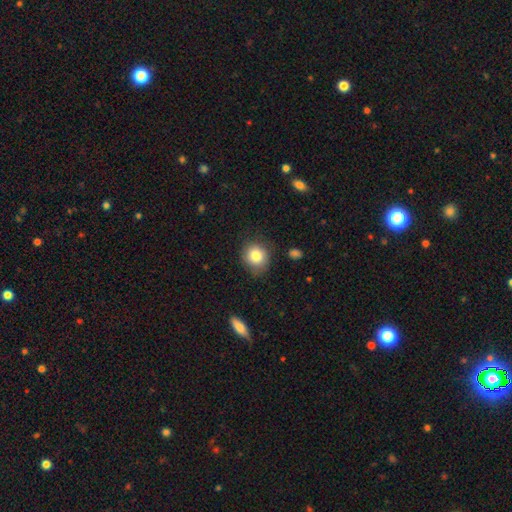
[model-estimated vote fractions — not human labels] A smooth galaxy with no disk features (82%) that is round (81%). Merging: none (77%).